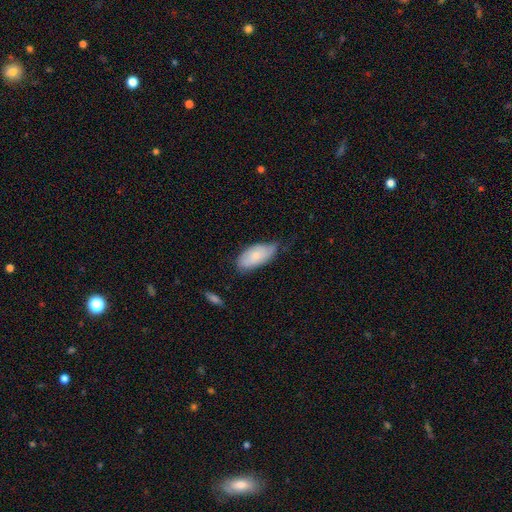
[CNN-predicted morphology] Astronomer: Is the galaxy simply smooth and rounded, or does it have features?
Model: smooth — 76%.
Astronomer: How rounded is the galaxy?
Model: in between — 93%.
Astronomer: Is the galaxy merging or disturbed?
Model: none — 47% (runner-up: minor disturbance, 43%).